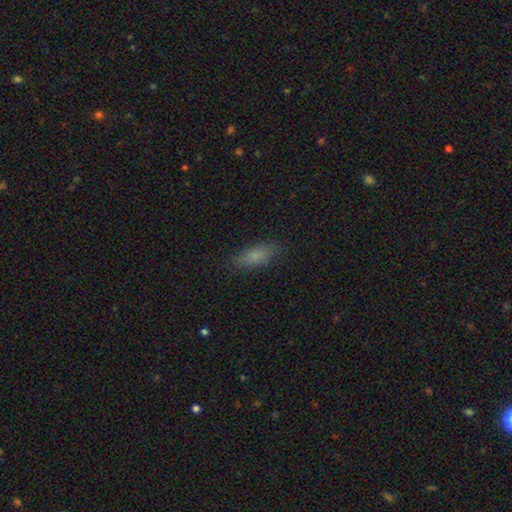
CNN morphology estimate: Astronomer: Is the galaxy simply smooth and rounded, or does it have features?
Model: smooth — 80%.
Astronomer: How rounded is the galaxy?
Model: in between — 69%.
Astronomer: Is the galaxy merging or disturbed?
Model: none — 82%.